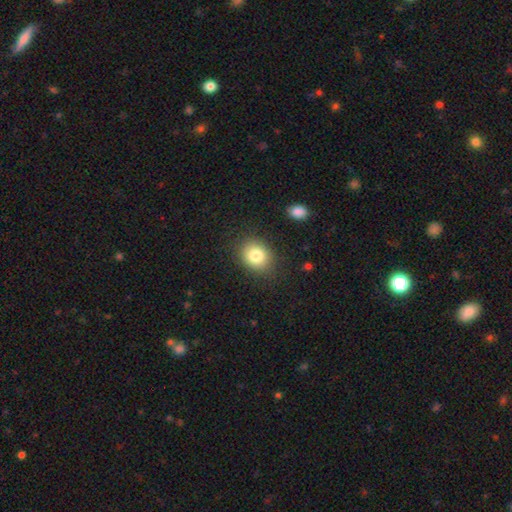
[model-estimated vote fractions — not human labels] smooth 82%, star or artifact 10%, featured or disk 8%. Down the decision tree: how rounded — round (59%); merging — none (85%).